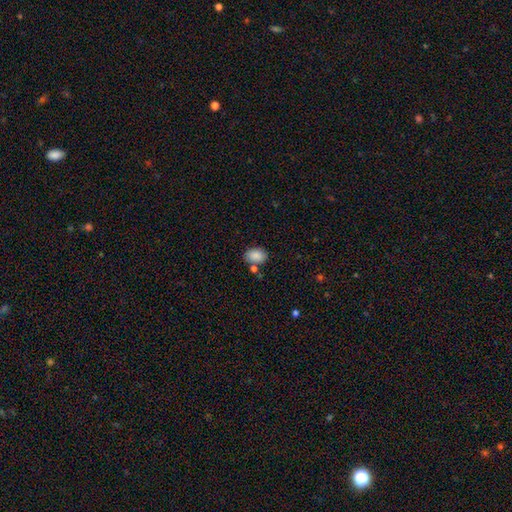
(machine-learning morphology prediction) Smooth or featured? smooth (88%)
How rounded? in between (78%)
Merging? none (71%)